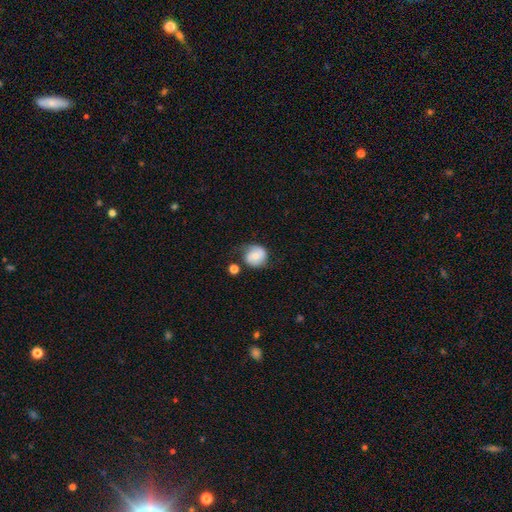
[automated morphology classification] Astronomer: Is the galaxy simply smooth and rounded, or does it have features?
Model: smooth — 49% (runner-up: featured or disk, 42%).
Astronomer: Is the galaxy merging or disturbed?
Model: none — 53% (runner-up: minor disturbance, 28%).